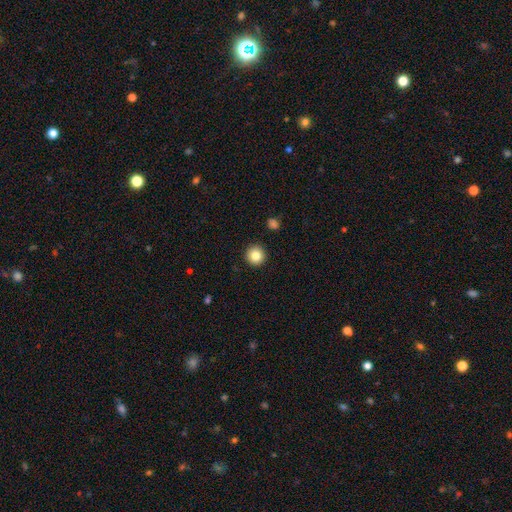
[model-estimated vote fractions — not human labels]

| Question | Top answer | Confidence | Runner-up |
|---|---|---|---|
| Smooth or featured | smooth | 83% | star or artifact (10%) |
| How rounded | round | 95% | in between (4%) |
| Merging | none | 92% | minor disturbance (5%) |